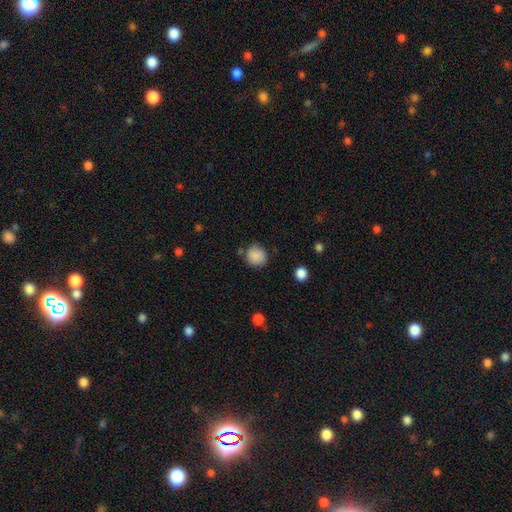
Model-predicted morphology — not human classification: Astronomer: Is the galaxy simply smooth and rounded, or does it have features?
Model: smooth — 87%.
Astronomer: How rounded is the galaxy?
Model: round — 89%.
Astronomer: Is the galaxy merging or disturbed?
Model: none — 79%.